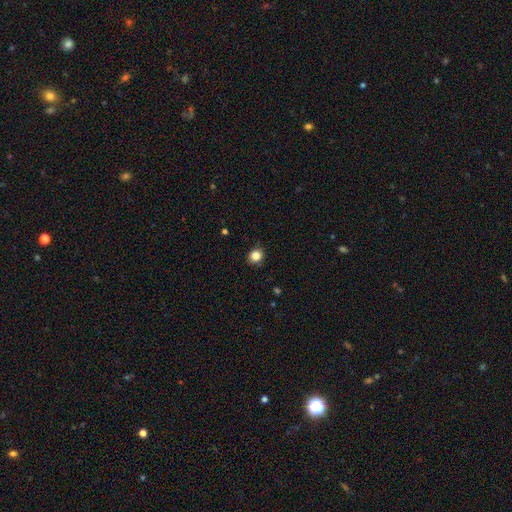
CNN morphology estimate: smooth 84%, star or artifact 12%, featured or disk 5%. Down the decision tree: how rounded — round (83%); merging — none (89%).